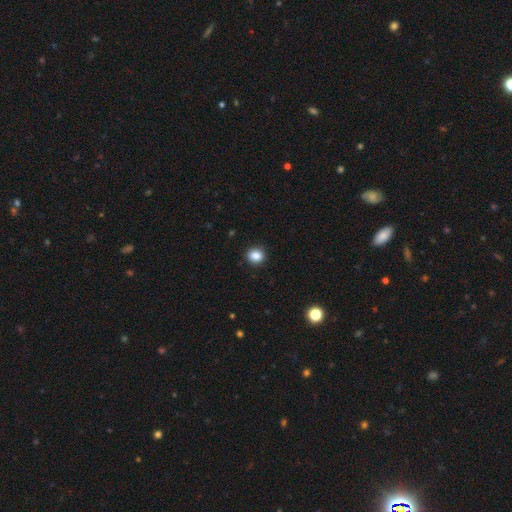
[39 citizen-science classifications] Volunteers were most divided on "how rounded": round: 75%, in between: 25%, cigar-shaped: 0%. More confident: smooth or featured — smooth (92%); merging — none (92%).